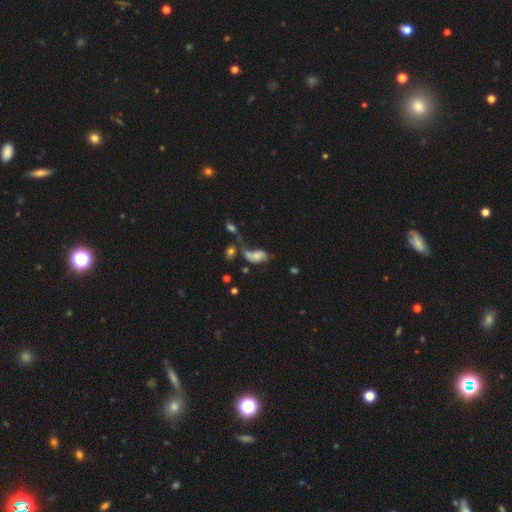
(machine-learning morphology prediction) A featured or disk galaxy (47%).

Vote fractions:
- Smooth or featured? featured or disk: 47% / smooth: 43% / star or artifact: 10%
- Merging? merger: 35% / major disturbance: 24% / none: 23% / minor disturbance: 18%